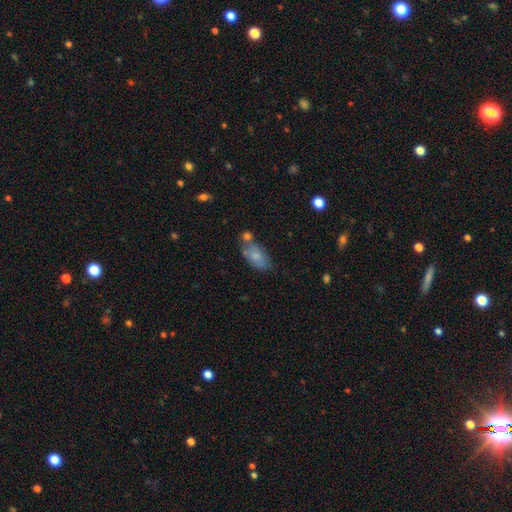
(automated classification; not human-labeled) This appears to be a smooth galaxy with no disk features (75%) that is in between round and cigar-shaped (91%). Merging: none (48%).